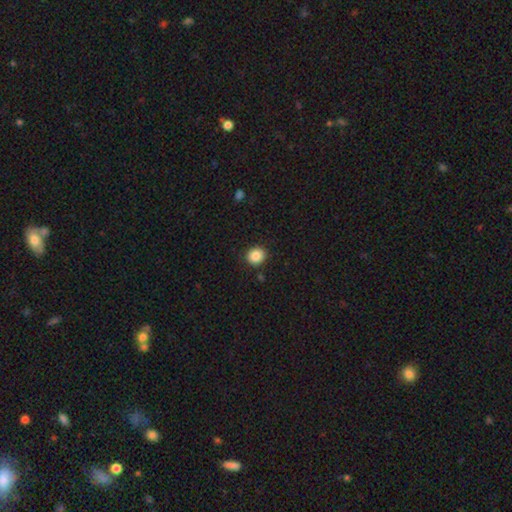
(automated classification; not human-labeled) Smooth or featured? Predicted: smooth (p=0.87). How rounded? Predicted: round (p=0.81). Merging? Predicted: none (p=0.89).